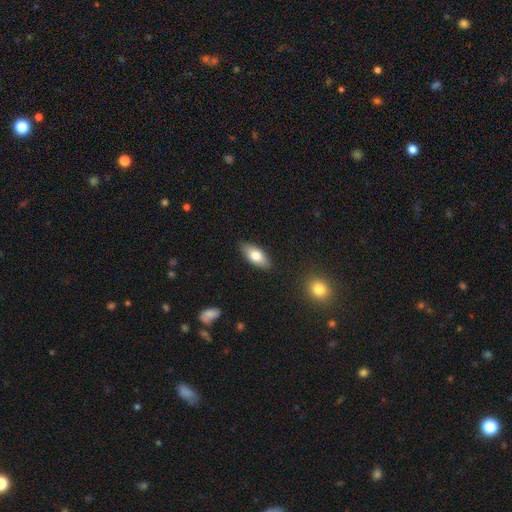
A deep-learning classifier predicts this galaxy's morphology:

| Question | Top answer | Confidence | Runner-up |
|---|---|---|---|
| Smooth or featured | smooth | 76% | featured or disk (18%) |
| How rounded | in between | 85% | cigar-shaped (12%) |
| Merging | none | 87% | minor disturbance (9%) |